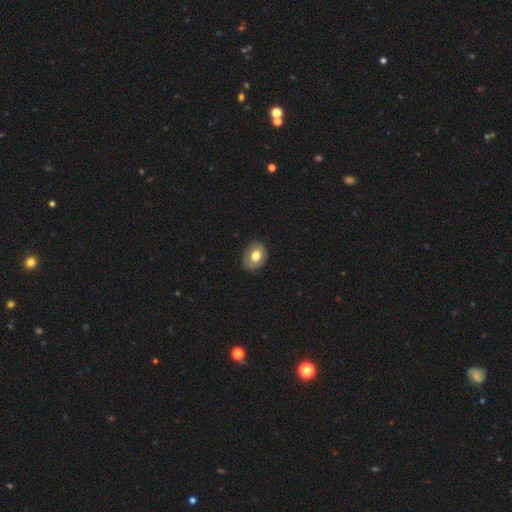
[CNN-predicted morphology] smooth 73%, featured or disk 20%, star or artifact 8%. Down the decision tree: how rounded — in between (57%); merging — none (81%).